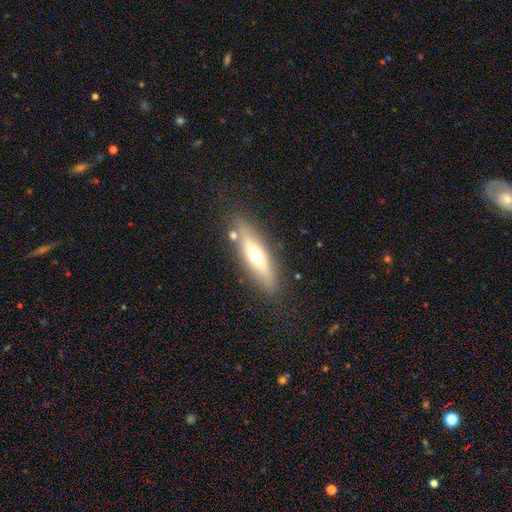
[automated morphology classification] Q: Smooth or featured?
A: featured or disk (48%); runner-up: smooth (45%)
Q: Merging?
A: none (81%); runner-up: minor disturbance (12%)